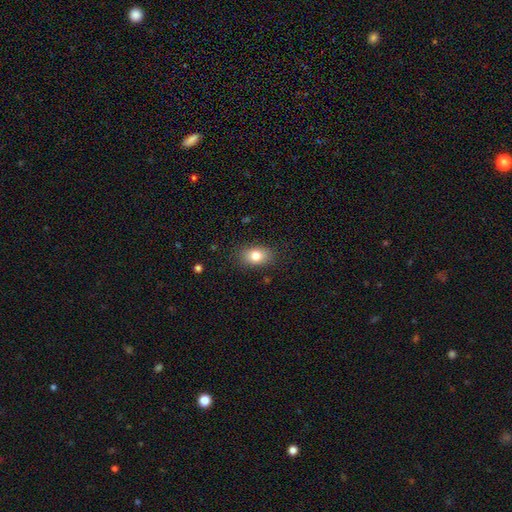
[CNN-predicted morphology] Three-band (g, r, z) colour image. It shows a smooth galaxy with no disk features (81%) that is in between round and cigar-shaped (83%). Merging: none (85%).